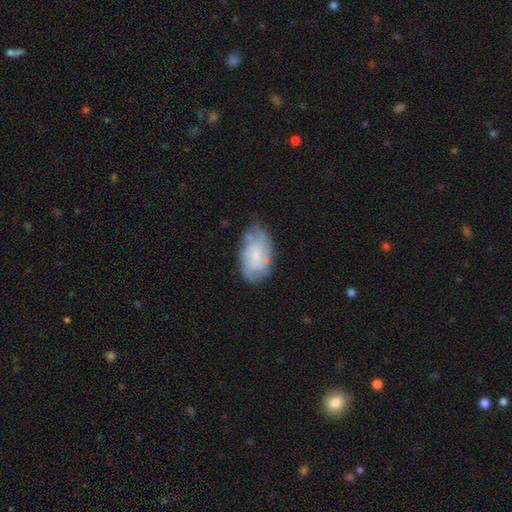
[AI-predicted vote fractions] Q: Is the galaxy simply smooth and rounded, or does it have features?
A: featured or disk — 67%.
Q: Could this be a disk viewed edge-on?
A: no — 97%.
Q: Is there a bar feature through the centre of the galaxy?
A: no — 71%.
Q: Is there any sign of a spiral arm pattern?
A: yes — 88%.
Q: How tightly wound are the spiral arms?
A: tight — 50%.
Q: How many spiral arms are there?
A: can't tell — 41%.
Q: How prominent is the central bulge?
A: small — 61%.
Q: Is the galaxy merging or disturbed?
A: none — 67%.